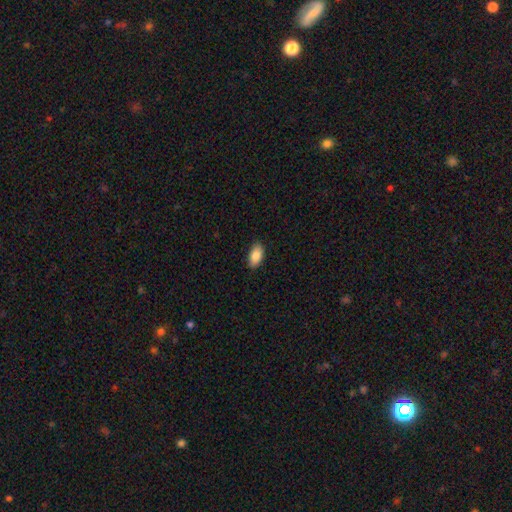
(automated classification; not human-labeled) Q: Smooth or featured?
A: smooth (87%); runner-up: star or artifact (7%)
Q: How rounded?
A: in between (92%); runner-up: cigar-shaped (5%)
Q: Merging?
A: none (85%); runner-up: minor disturbance (12%)